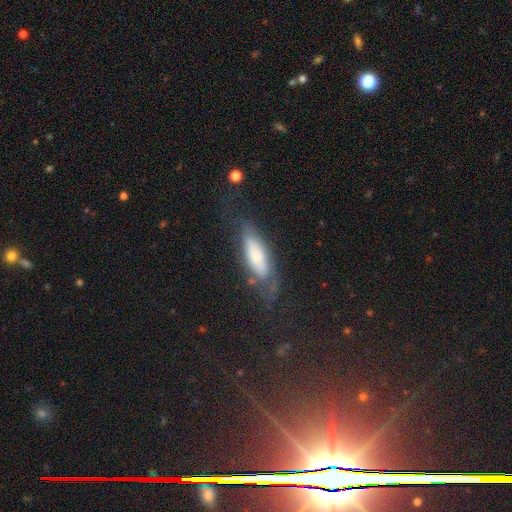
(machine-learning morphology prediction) smooth_or_featured: smooth (p=0.54) [alt: featured or disk p=0.37]
how_rounded: in between (p=0.55) [alt: cigar-shaped p=0.42]
merging: none (p=0.61) [alt: minor disturbance p=0.23]